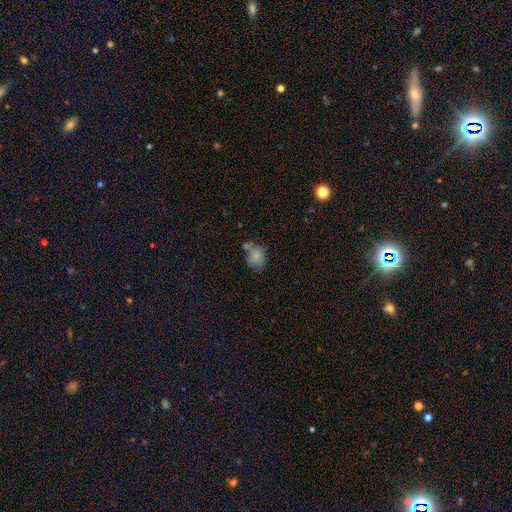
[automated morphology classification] smooth-or-featured: smooth: 79% | featured or disk: 12% | star or artifact: 9%
  how-rounded: in between: 57% | round: 42% | cigar-shaped: 1%
  merging: none: 47% | minor disturbance: 23% | merger: 20% | major disturbance: 9%